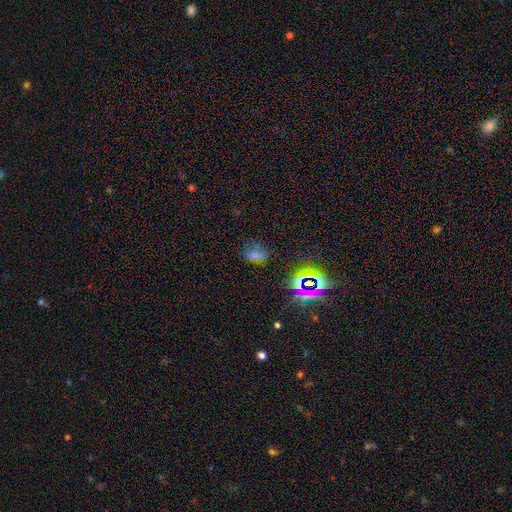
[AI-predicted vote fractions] smooth_or_featured: smooth (p=0.50) [alt: star or artifact p=0.36]
how_rounded: in between (p=0.81) [alt: round p=0.17]
merging: none (p=0.55) [alt: minor disturbance p=0.25]